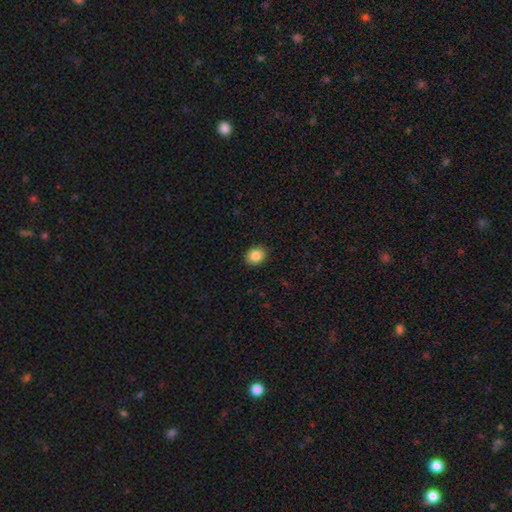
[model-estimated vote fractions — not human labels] Smooth or featured: smooth — 85% (star or artifact — 9%)
How rounded: round — 50% (in between — 49%)
Merging: none — 90% (minor disturbance — 7%)